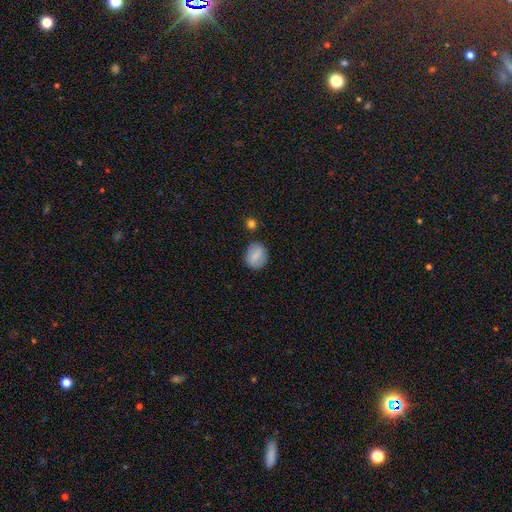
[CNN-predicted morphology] smooth-or-featured: smooth: 76% | featured or disk: 15% | star or artifact: 8%
  how-rounded: round: 65% | in between: 34% | cigar-shaped: 1%
  merging: none: 80% | minor disturbance: 12% | merger: 4% | major disturbance: 3%